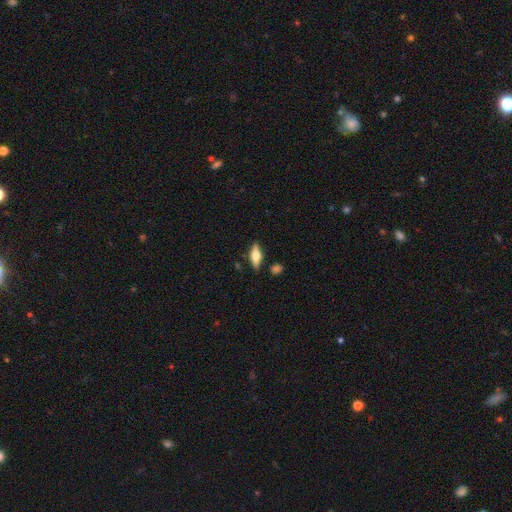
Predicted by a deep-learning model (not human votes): Smooth or featured? smooth (48%)
Merging? none (85%)